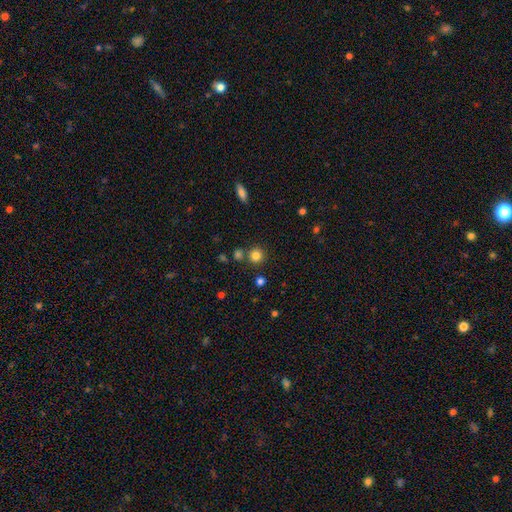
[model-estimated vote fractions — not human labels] The model was most divided on "smooth or featured": smooth: 81%, star or artifact: 13%, featured or disk: 5%. More confident: how rounded — round (93%); merging — none (80%).